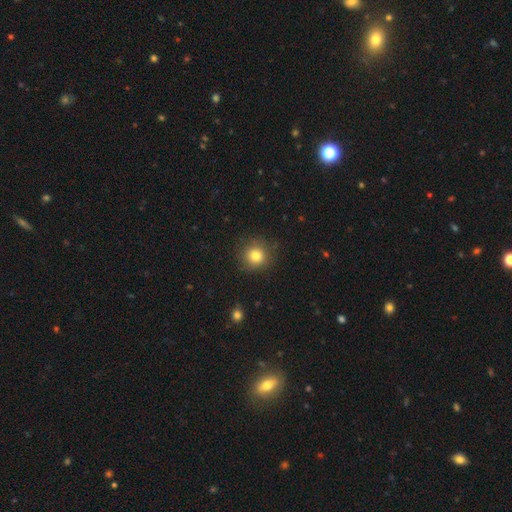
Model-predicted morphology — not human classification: A smooth galaxy with no disk features (80%) that is round (92%). Merging: none (86%).